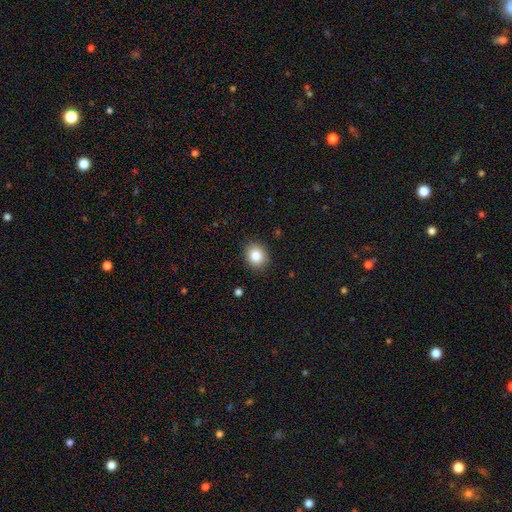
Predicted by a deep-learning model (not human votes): This is clearly a smooth galaxy (85%). How rounded: likely round (67%). Merging: clearly none (88%).